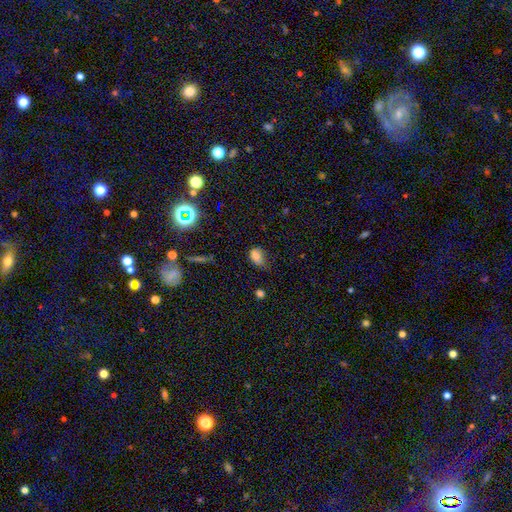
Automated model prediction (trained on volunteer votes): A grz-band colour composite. It shows a smooth galaxy with no disk features (76%) that is in between round and cigar-shaped (79%). Merging: none (41%).